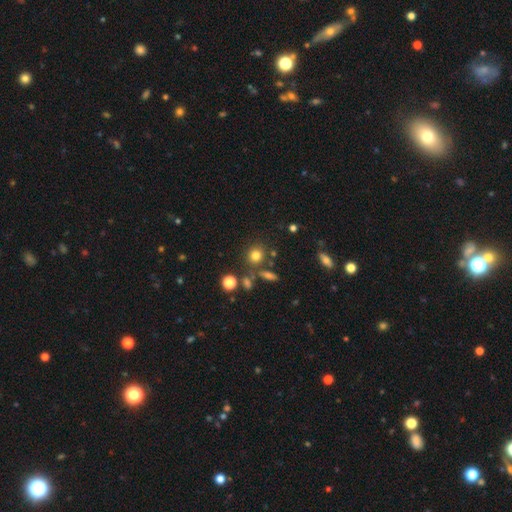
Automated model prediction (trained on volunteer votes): Overall: smooth (76%). How rounded: round (83%). Merging: none (74%).